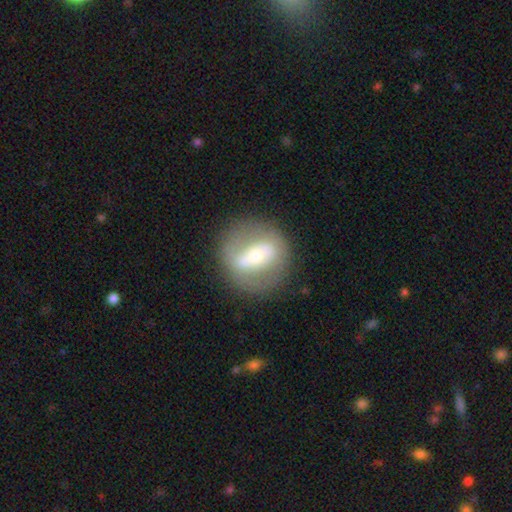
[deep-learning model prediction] smooth_or_featured: featured or disk (p=0.60) [alt: smooth p=0.33]
disk_edge_on: no (p=0.85) [alt: yes p=0.15]
bar: strong (p=0.58) [alt: weak p=0.24]
has_spiral_arms: no (p=0.71) [alt: yes p=0.29]
bulge_size: moderate (p=0.49) [alt: small p=0.40]
merging: none (p=0.80) [alt: minor disturbance p=0.11]